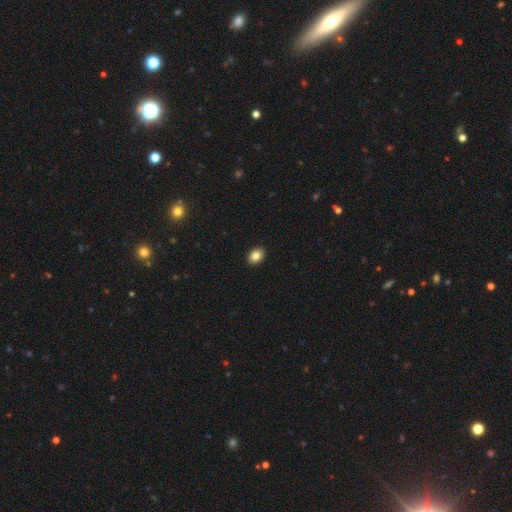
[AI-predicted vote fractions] A smooth galaxy with no disk features (85%) that is in between round and cigar-shaped (72%).

Vote fractions:
- Smooth or featured? smooth: 85% / star or artifact: 9% / featured or disk: 7%
- How rounded? in between: 72% / round: 27% / cigar-shaped: 1%
- Merging? none: 92% / minor disturbance: 6% / major disturbance: 1% / merger: 1%